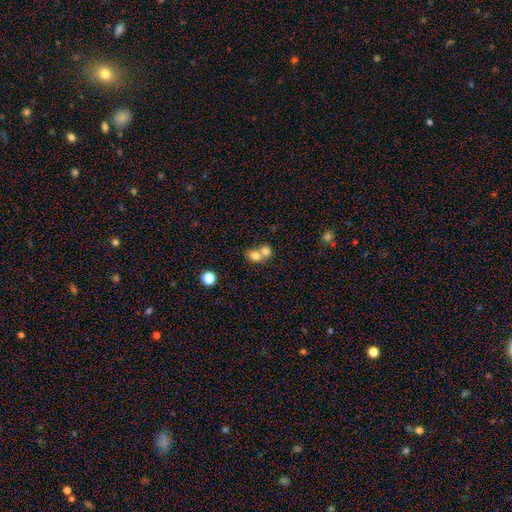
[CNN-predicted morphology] A smooth galaxy with no disk features (75%) that is round (52%).

Vote fractions:
- Smooth or featured? smooth: 75% / featured or disk: 14% / star or artifact: 10%
- How rounded? round: 52% / in between: 47% / cigar-shaped: 1%
- Merging? merger: 66% / none: 25% / minor disturbance: 6% / major disturbance: 3%